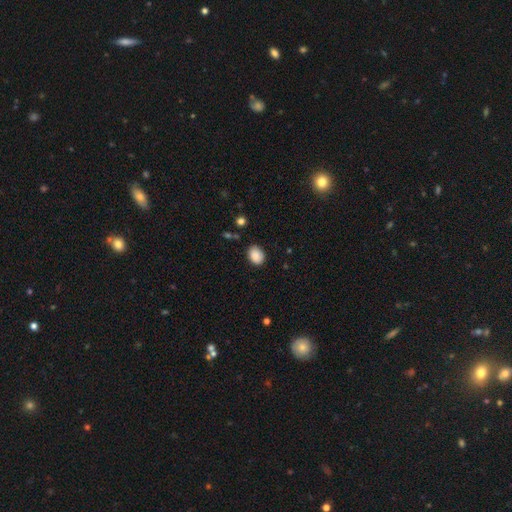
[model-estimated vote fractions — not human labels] The model was most divided on "how rounded": in between: 70%, round: 29%, cigar-shaped: 1%. More confident: smooth or featured — smooth (88%); merging — none (83%).